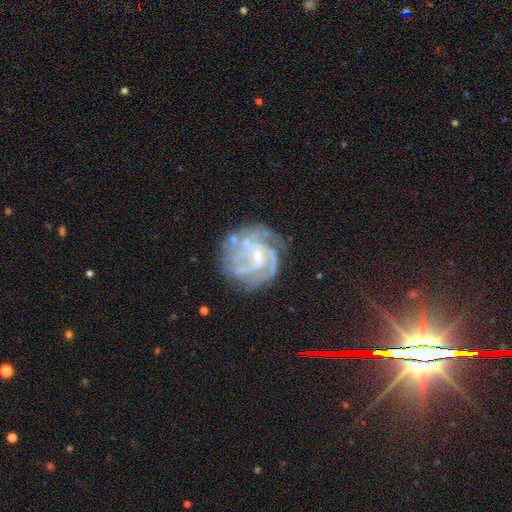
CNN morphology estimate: Smooth or featured? featured or disk (88%)
Edge-on disk? no (98%)
Bar? weak (47%)
Spiral arms? yes (96%)
Spiral winding? tight (52%)
Spiral arm count? 3 (38%)
Bulge size? small (70%)
Merging? none (66%)